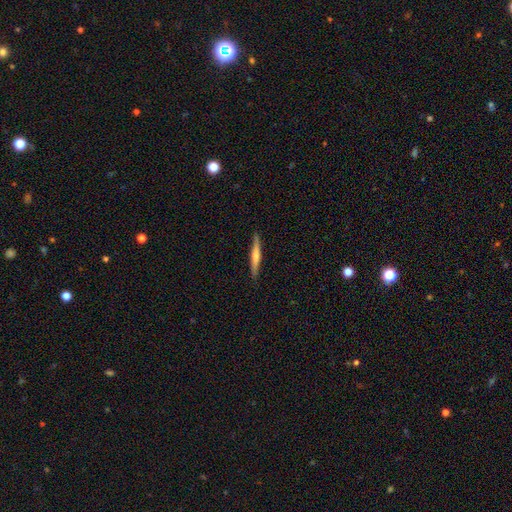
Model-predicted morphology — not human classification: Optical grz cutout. It shows a smooth galaxy with no disk features (50%) that is cigar-shaped (95%). Merging: none (89%).